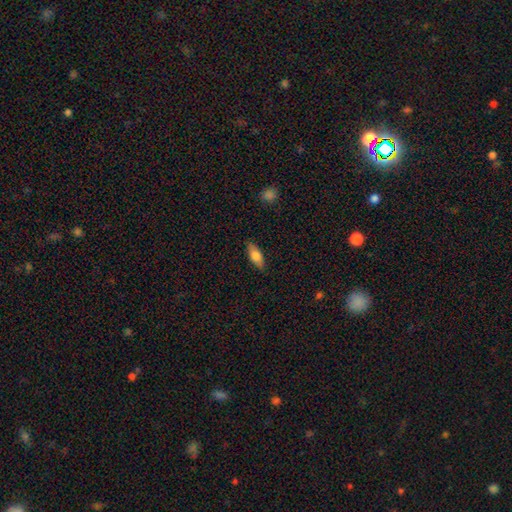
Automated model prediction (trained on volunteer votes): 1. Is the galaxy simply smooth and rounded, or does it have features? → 72% smooth, 21% featured or disk, 7% star or artifact.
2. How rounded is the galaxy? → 72% in between, 25% cigar-shaped, 3% round.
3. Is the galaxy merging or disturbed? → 86% none, 10% minor disturbance, 2% major disturbance, 1% merger.